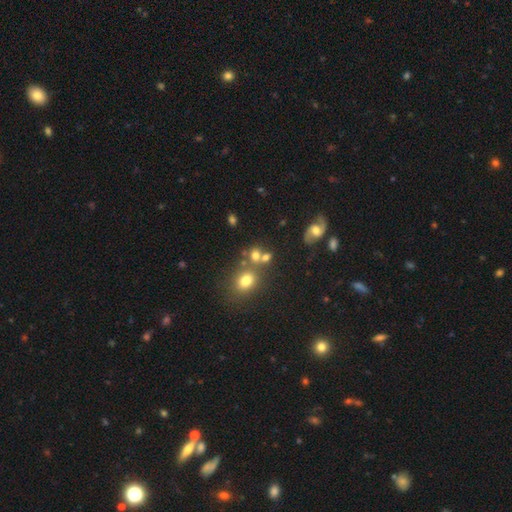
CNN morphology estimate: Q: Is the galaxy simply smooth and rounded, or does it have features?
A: smooth — 68%.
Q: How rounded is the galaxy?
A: round — 66%.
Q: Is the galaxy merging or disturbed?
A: none — 49%.